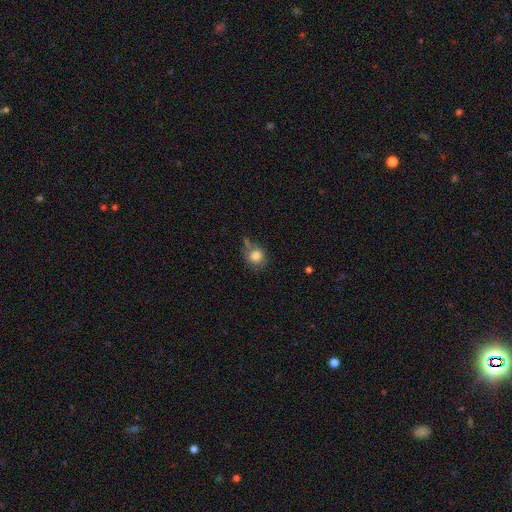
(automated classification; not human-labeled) Smooth or featured? smooth (79%)
How rounded? round (77%)
Merging? none (48%)